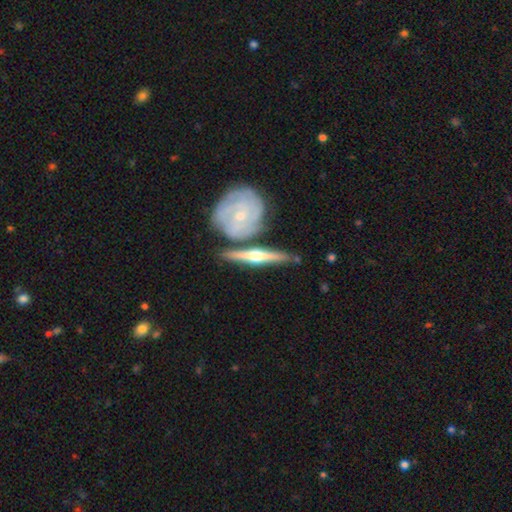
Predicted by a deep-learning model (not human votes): A featured or disk galaxy (76%) viewed edge-on (92%) with a rounded central bulge (94%).

Vote fractions:
- Smooth or featured? featured or disk: 76% / smooth: 19% / star or artifact: 4%
- Edge-on disk? yes: 92% / no: 8%
- Edge-on bulge? rounded: 94% / none: 3% / boxy: 3%
- Merging? none: 75% / merger: 11% / minor disturbance: 11% / major disturbance: 3%